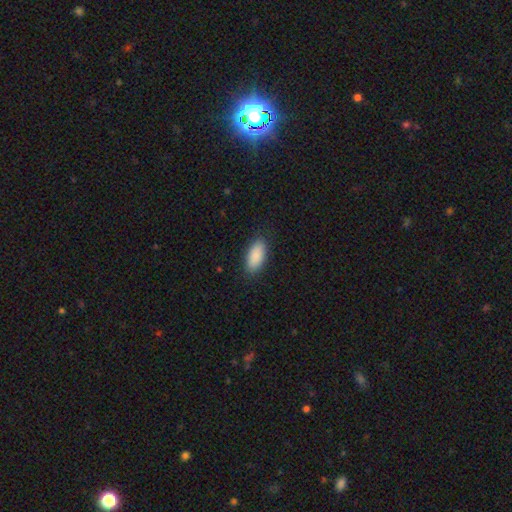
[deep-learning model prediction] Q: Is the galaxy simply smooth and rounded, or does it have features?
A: smooth — 90%.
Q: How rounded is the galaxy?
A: in between — 89%.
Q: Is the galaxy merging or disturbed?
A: none — 87%.